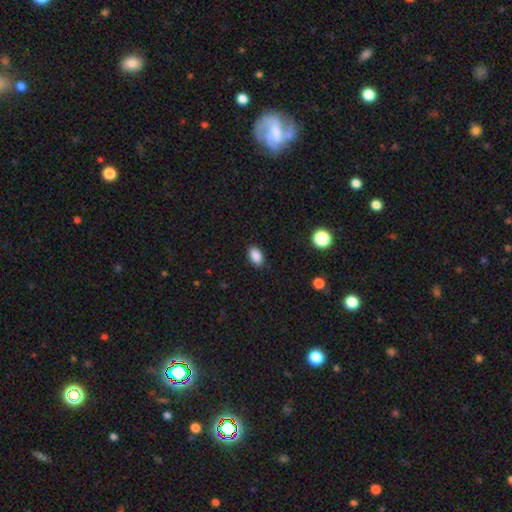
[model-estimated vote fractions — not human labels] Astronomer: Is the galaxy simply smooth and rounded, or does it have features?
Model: smooth — 88%.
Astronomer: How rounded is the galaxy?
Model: in between — 89%.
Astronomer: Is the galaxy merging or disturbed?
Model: none — 87%.